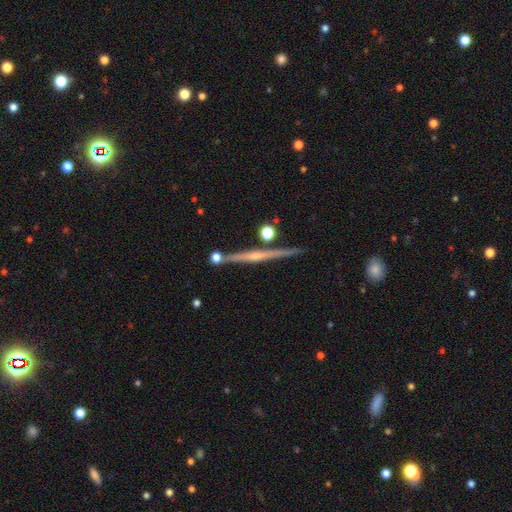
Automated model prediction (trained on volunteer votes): The model was most divided on "edge-on bulge": rounded: 64%, none: 27%, boxy: 9%. More confident: edge-on disk — yes (98%); merging — none (86%); smooth or featured — featured or disk (79%).